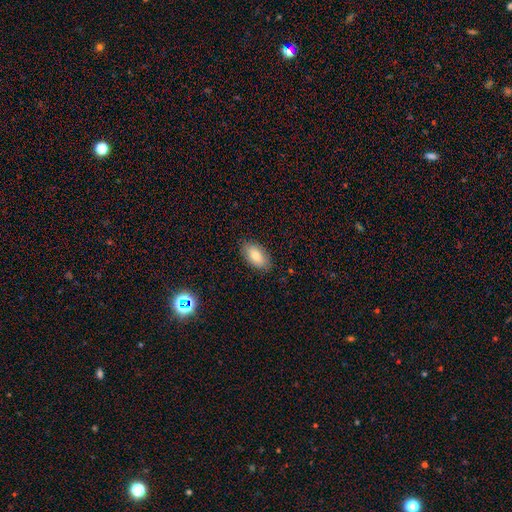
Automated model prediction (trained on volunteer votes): A smooth galaxy with no disk features (80%) that is in between round and cigar-shaped (92%).

Vote fractions:
- Smooth or featured? smooth: 80% / featured or disk: 12% / star or artifact: 8%
- How rounded? in between: 92% / cigar-shaped: 4% / round: 3%
- Merging? none: 86% / minor disturbance: 10% / major disturbance: 2% / merger: 1%